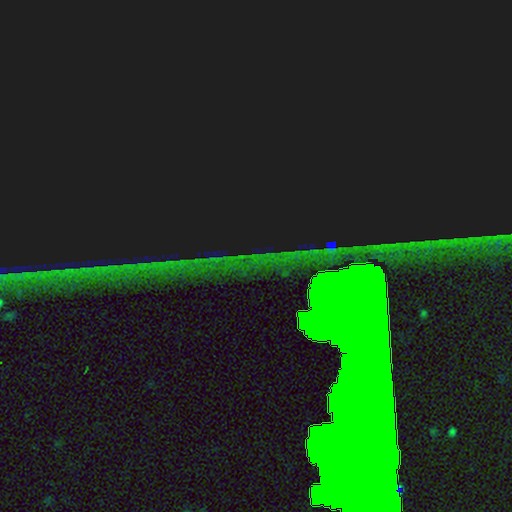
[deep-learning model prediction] Smooth or featured: star or artifact — 73% (featured or disk — 17%)